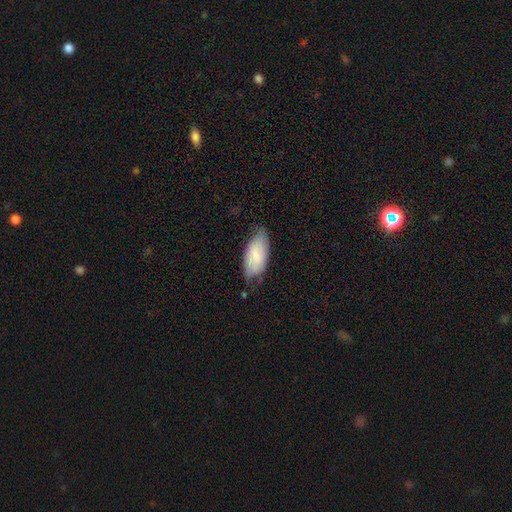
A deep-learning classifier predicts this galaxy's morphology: type=smooth (73%); roundness=in between (92%); merging=none (60%).